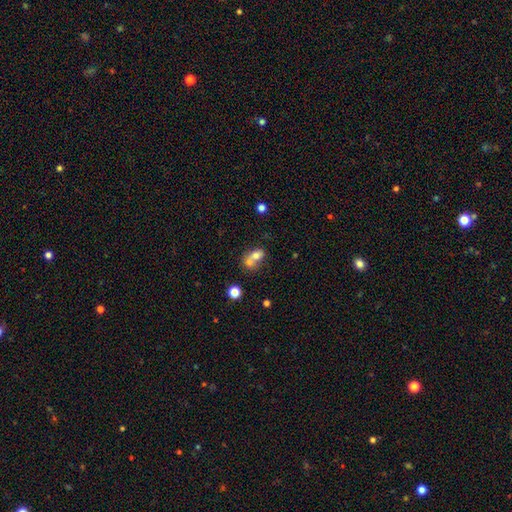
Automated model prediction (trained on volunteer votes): smooth_or_featured: smooth (p=0.67) [alt: featured or disk p=0.21]
how_rounded: in between (p=0.59) [alt: round p=0.39]
merging: merger (p=0.69) [alt: none p=0.20]